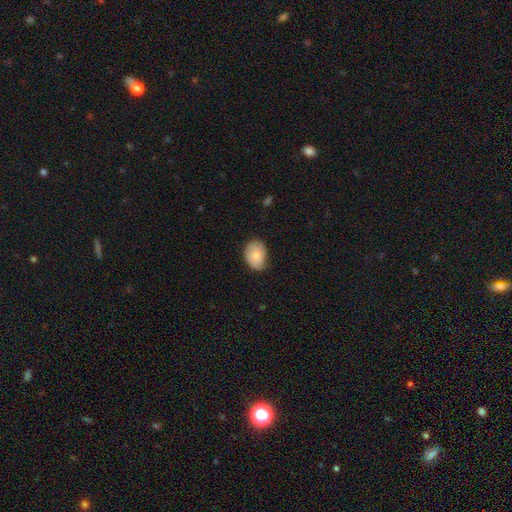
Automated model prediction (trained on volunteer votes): Smooth or featured?
  - smooth: 78% *
  - featured or disk: 16%
  - star or artifact: 7%
How rounded?
  - in between: 74% *
  - round: 25%
  - cigar-shaped: 1%
Merging?
  - none: 69% *
  - minor disturbance: 26%
  - major disturbance: 4%
  - merger: 1%